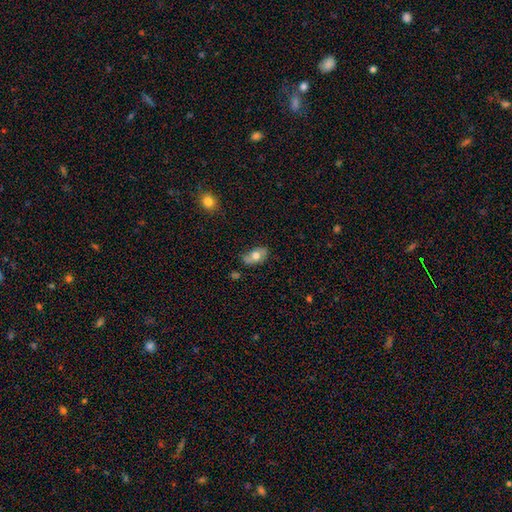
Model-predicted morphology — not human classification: smooth 67%, featured or disk 26%, star or artifact 7%. Down the decision tree: how rounded — in between (91%); merging — none (73%).